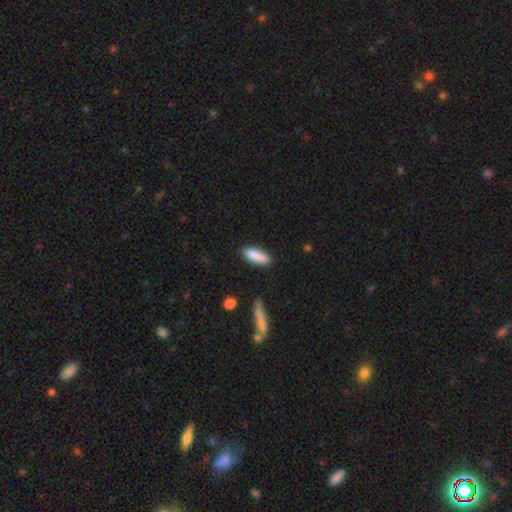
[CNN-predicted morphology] This appears to be a smooth galaxy with no disk features (87%) that is in between round and cigar-shaped (53%). Merging: none (81%).